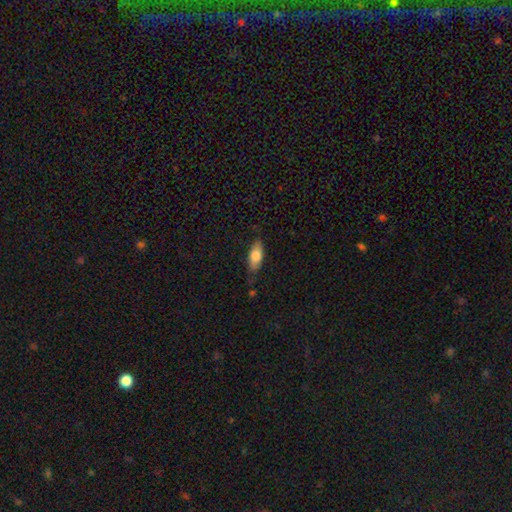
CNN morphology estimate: Overall: smooth (75%). How rounded: in between (80%). Merging: none (76%).